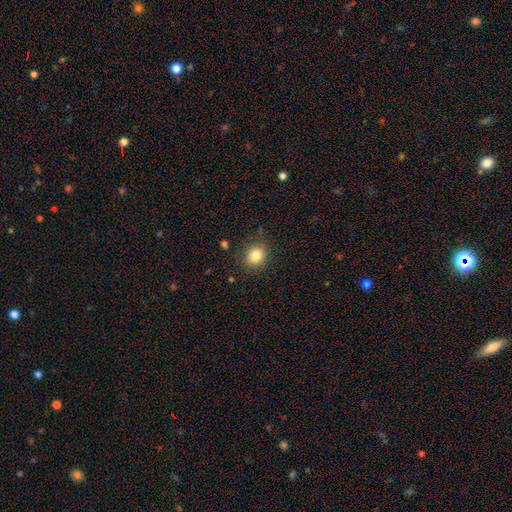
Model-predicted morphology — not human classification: Q: Smooth or featured?
A: smooth (82%); runner-up: star or artifact (11%)
Q: How rounded?
A: round (74%); runner-up: in between (26%)
Q: Merging?
A: none (86%); runner-up: minor disturbance (9%)